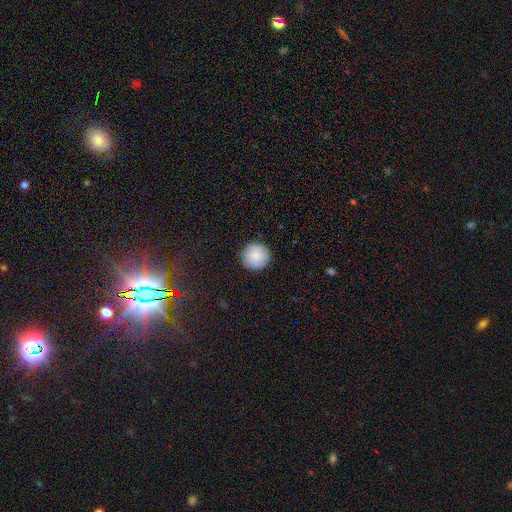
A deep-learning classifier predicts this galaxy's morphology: Smooth or featured? Predicted: smooth (p=0.85). How rounded? Predicted: round (p=0.95). Merging? Predicted: none (p=0.90).